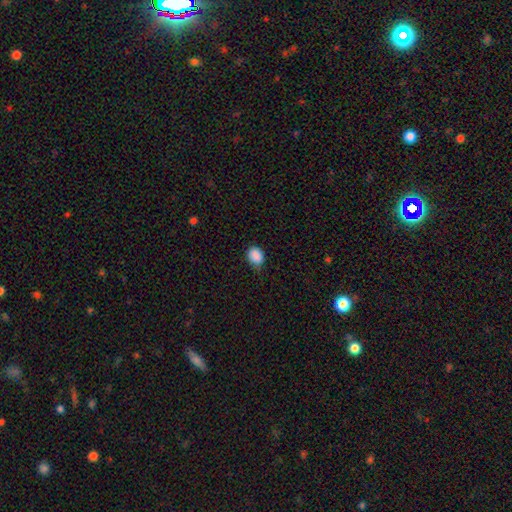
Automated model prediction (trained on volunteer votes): A smooth galaxy with no disk features (88%) that is in between round and cigar-shaped (57%). Merging: none (67%).